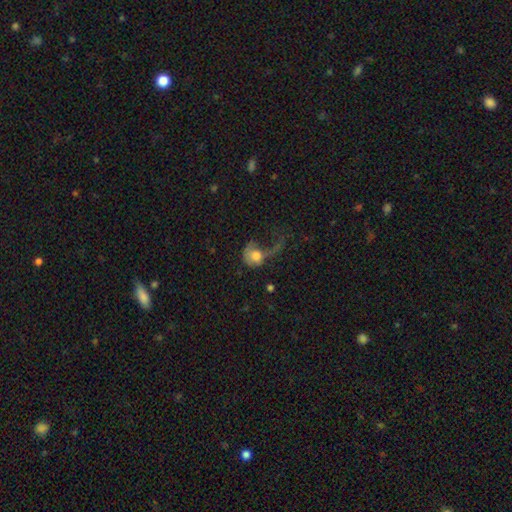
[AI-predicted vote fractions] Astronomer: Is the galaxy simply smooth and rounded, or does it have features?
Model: smooth — 59%.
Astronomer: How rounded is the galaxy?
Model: round — 59% (runner-up: in between, 39%).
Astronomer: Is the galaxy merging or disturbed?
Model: major disturbance — 66%.